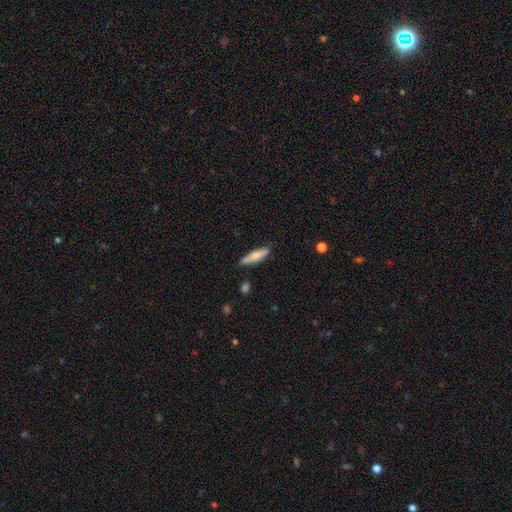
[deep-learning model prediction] Morphology: type=smooth (69%); roundness=cigar-shaped (76%); merging=none (79%).